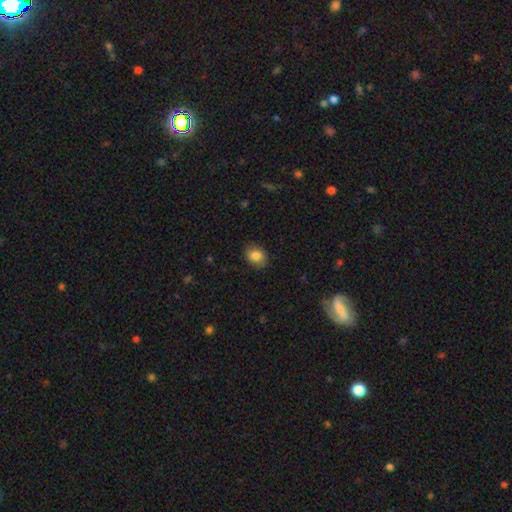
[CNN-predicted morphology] This appears to be a smooth galaxy with no disk features (83%) that is in between round and cigar-shaped (56%). Merging: none (83%).